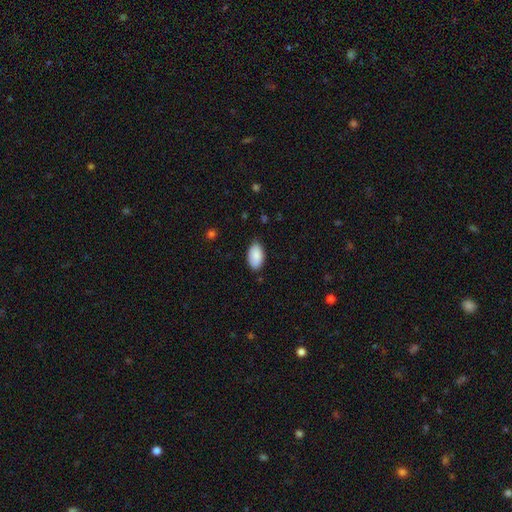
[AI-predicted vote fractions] Smooth or featured: smooth — 88% (star or artifact — 6%)
How rounded: in between — 95% (round — 3%)
Merging: none — 77% (minor disturbance — 19%)